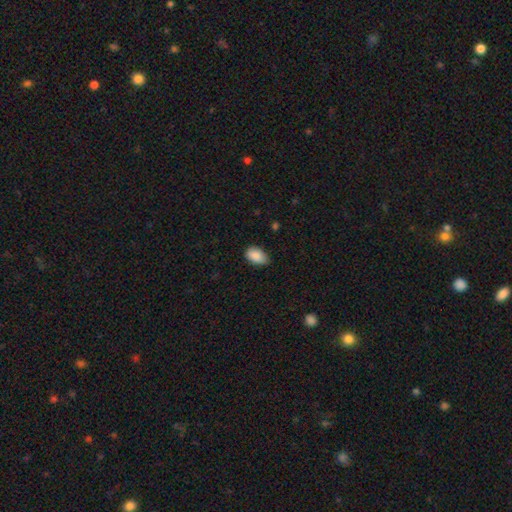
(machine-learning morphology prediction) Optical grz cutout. It shows a smooth galaxy with no disk features (89%) that is in between round and cigar-shaped (90%). Merging: none (70%).